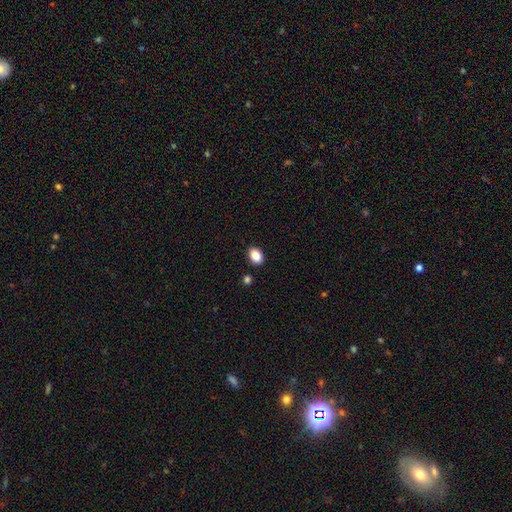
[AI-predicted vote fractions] This is clearly a smooth galaxy (88%). How rounded: clearly in between (81%). Merging: clearly none (87%).